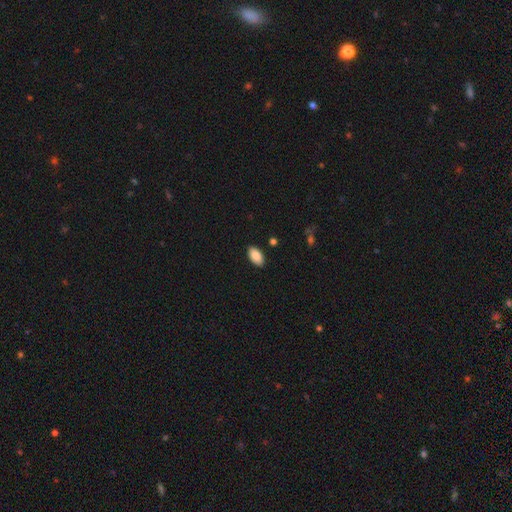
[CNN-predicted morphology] smooth_or_featured: smooth (p=0.88) [alt: star or artifact p=0.07]
how_rounded: in between (p=0.95) [alt: round p=0.03]
merging: none (p=0.88) [alt: minor disturbance p=0.09]